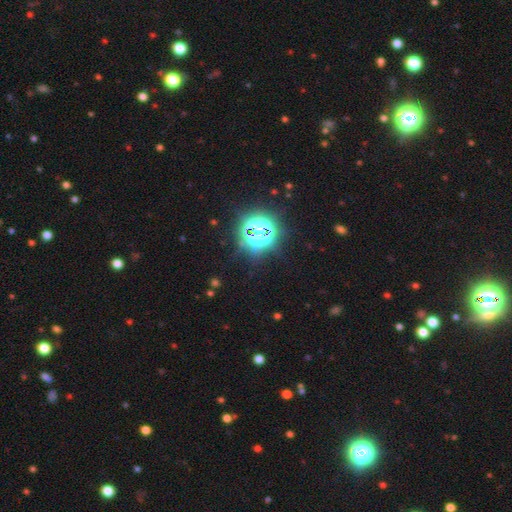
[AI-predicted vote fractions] Smooth or featured? Predicted: star or artifact (p=0.82).